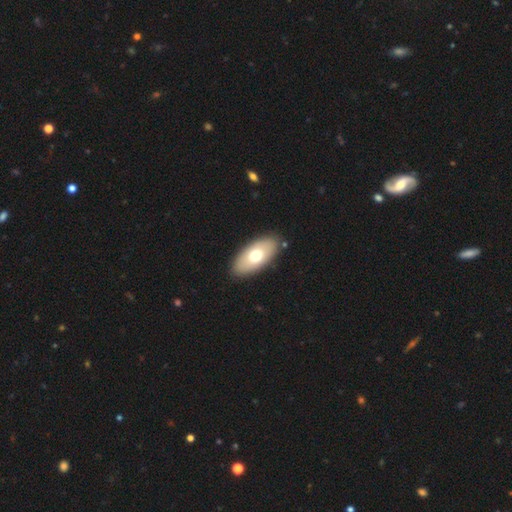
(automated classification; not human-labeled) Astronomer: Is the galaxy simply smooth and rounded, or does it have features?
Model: smooth — 66%.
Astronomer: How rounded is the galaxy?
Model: in between — 91%.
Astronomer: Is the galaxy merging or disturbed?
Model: none — 88%.